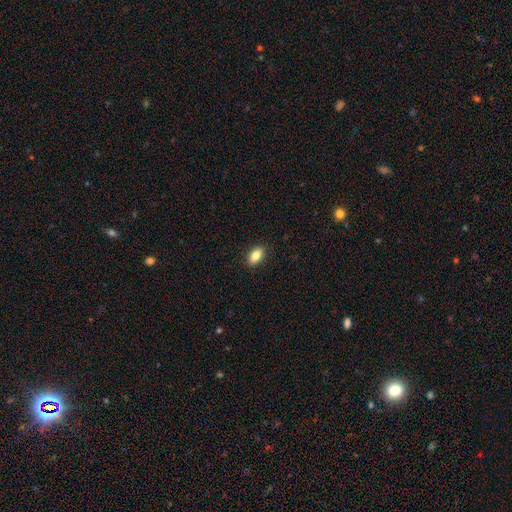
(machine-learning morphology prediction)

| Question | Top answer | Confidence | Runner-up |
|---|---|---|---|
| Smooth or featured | smooth | 83% | featured or disk (9%) |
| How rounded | in between | 88% | round (8%) |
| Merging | none | 89% | minor disturbance (8%) |